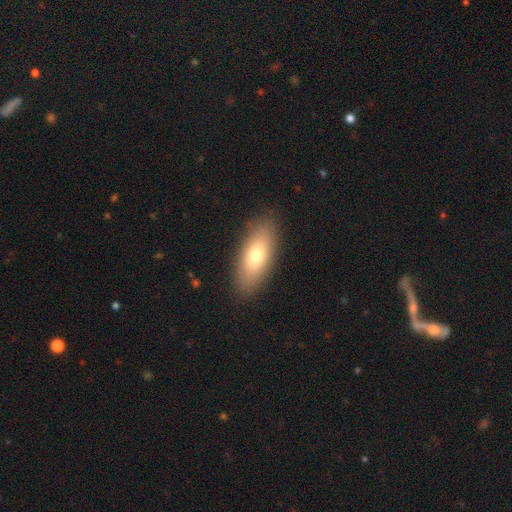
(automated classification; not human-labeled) A smooth galaxy with no disk features (75%) that is in between round and cigar-shaped (77%). Merging: none (88%).